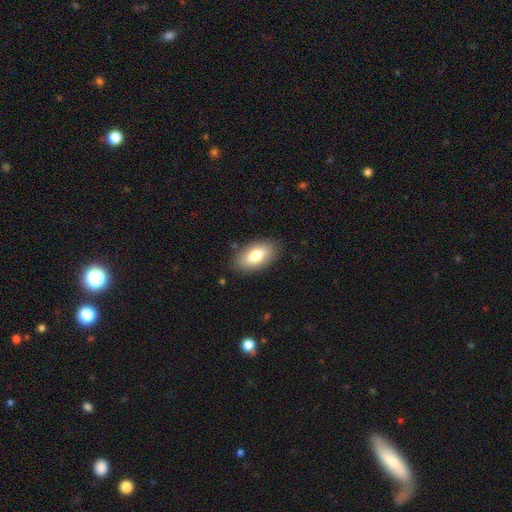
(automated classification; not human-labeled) Q: Smooth or featured?
A: smooth (78%); runner-up: featured or disk (15%)
Q: How rounded?
A: in between (93%); runner-up: round (4%)
Q: Merging?
A: none (84%); runner-up: minor disturbance (11%)